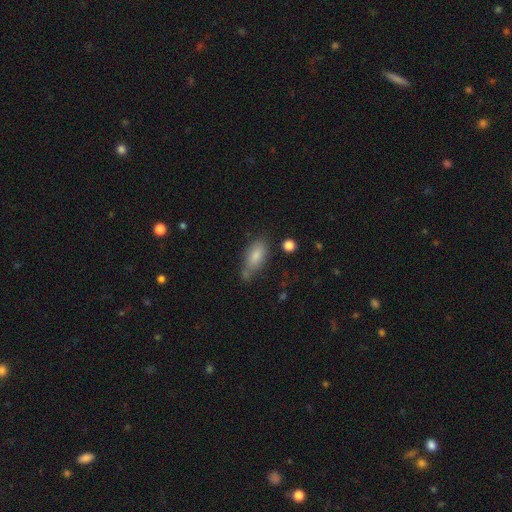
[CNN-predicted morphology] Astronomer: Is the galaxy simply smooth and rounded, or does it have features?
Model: smooth — 81%.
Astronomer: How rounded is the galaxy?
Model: in between — 82%.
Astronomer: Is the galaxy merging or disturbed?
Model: none — 55%.